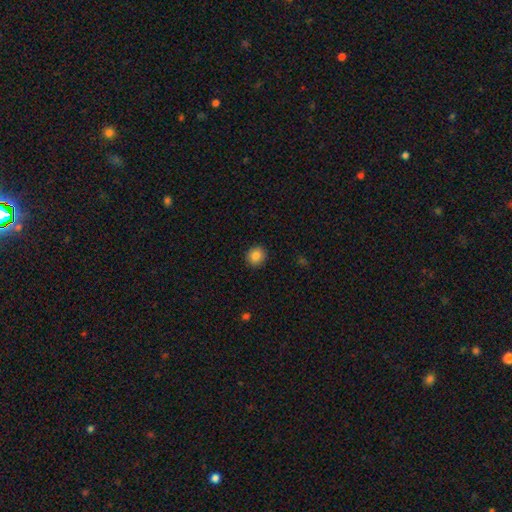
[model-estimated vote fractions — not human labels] Smooth or featured? Predicted: smooth (p=0.85). How rounded? Predicted: round (p=0.86). Merging? Predicted: none (p=0.91).